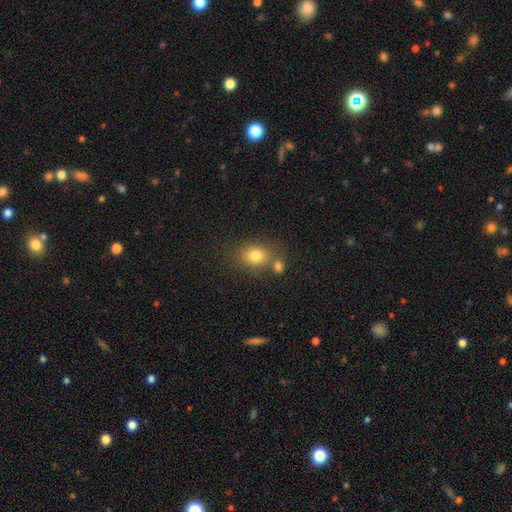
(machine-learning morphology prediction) Smooth or featured? smooth (78%)
How rounded? in between (55%)
Merging? none (62%)